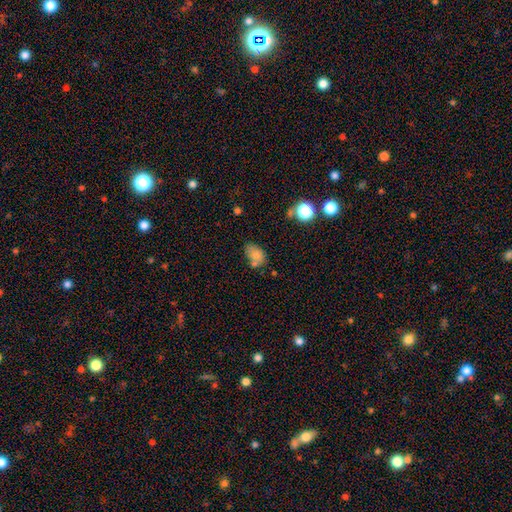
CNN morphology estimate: A smooth galaxy with no disk features (76%) that is in between round and cigar-shaped (82%). Merging: none (48%).